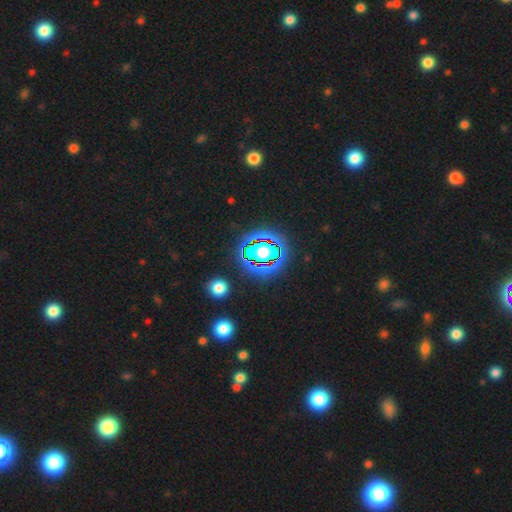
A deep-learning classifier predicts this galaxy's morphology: smooth_or_featured: star or artifact (p=0.81) [alt: smooth p=0.12]